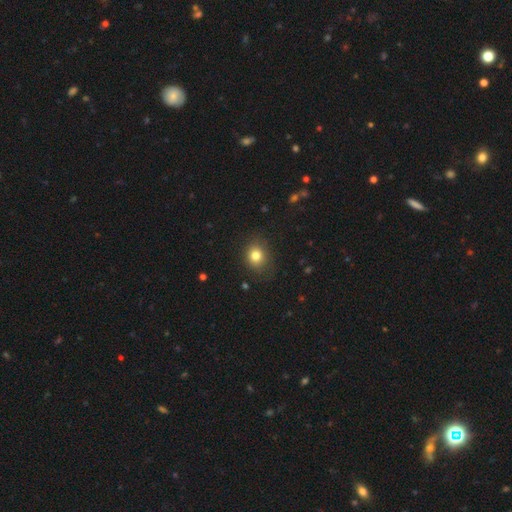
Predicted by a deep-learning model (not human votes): This appears to be a smooth galaxy with no disk features (80%) that is round (64%). Merging: none (82%).